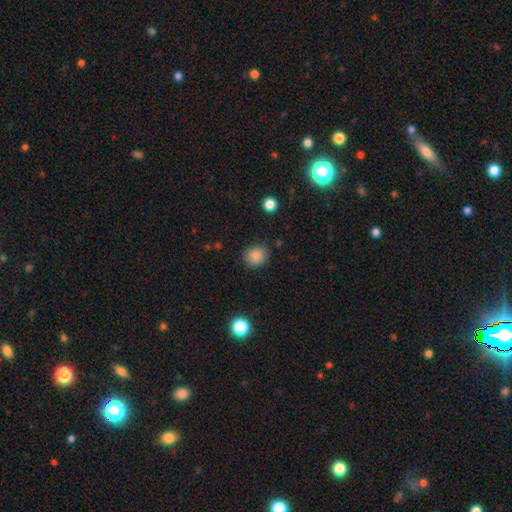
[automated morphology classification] The model was most divided on "how rounded": round: 76%, in between: 23%, cigar-shaped: 1%. More confident: smooth or featured — smooth (86%); merging — none (85%).